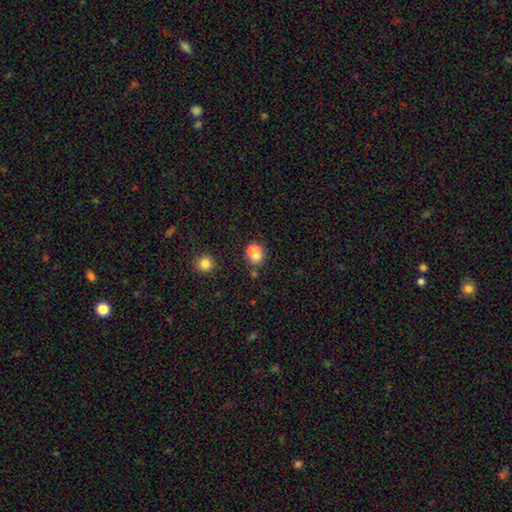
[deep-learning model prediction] smooth-or-featured: smooth: 73% | featured or disk: 15% | star or artifact: 12%
  how-rounded: round: 57% | in between: 42% | cigar-shaped: 1%
  merging: merger: 42% | none: 38% | minor disturbance: 14% | major disturbance: 6%